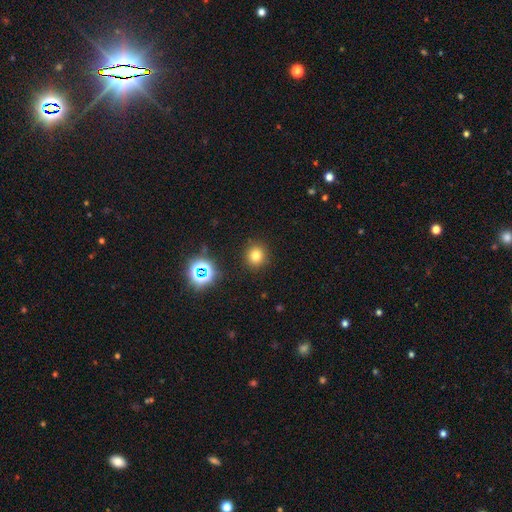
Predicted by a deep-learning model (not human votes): A smooth galaxy with no disk features (74%) that is round (90%). Merging: none (90%).